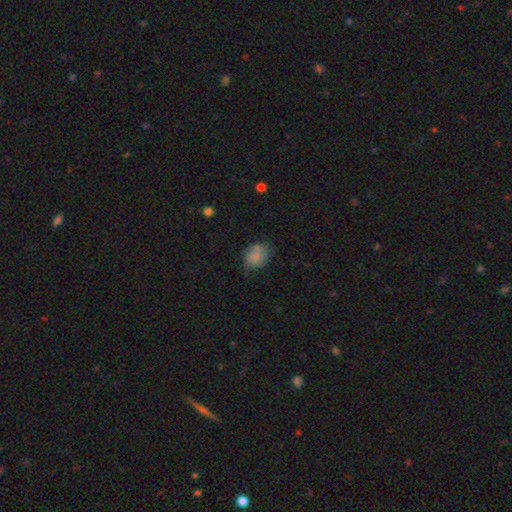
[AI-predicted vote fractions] Smooth or featured?
  - smooth: 75% *
  - featured or disk: 14%
  - star or artifact: 11%
How rounded?
  - in between: 52% *
  - round: 47%
  - cigar-shaped: 1%
Merging?
  - none: 55% *
  - minor disturbance: 30%
  - major disturbance: 12%
  - merger: 3%